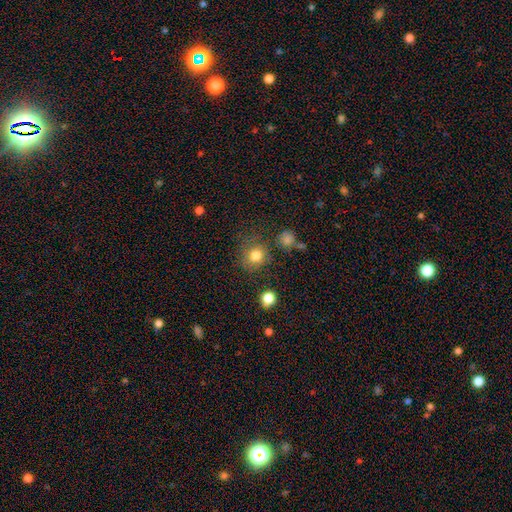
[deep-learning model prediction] A smooth galaxy with no disk features (80%) that is round (84%).

Vote fractions:
- Smooth or featured? smooth: 80% / star or artifact: 13% / featured or disk: 7%
- How rounded? round: 84% / in between: 15% / cigar-shaped: 1%
- Merging? none: 76% / minor disturbance: 14% / major disturbance: 5% / merger: 5%